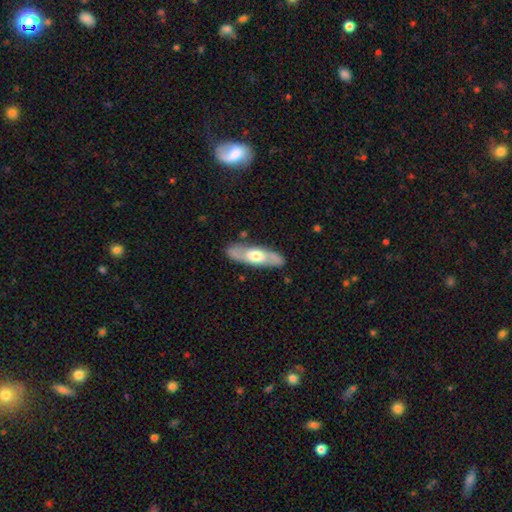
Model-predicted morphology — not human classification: Q: Smooth or featured?
A: featured or disk (53%); runner-up: smooth (43%)
Q: Edge-on disk?
A: no (61%); runner-up: yes (39%)
Q: Merging?
A: none (84%); runner-up: minor disturbance (12%)